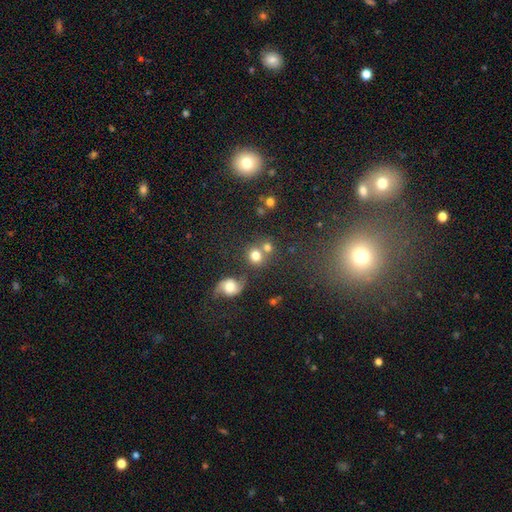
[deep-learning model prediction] This appears to be a smooth galaxy with no disk features (75%) that is round (85%). Merging: none (58%).